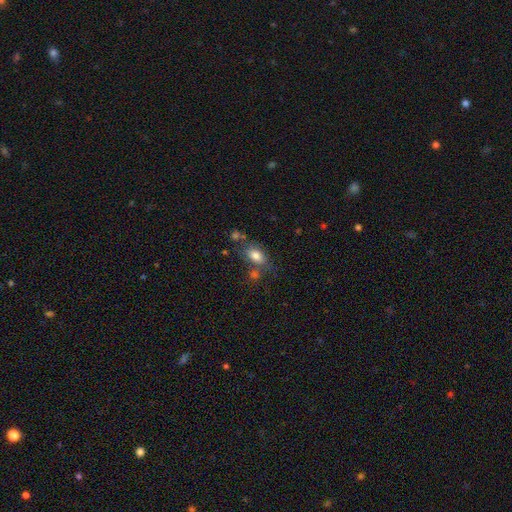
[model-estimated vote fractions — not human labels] This appears to be a smooth galaxy with no disk features (80%) that is in between round and cigar-shaped (85%). Merging: none (58%).